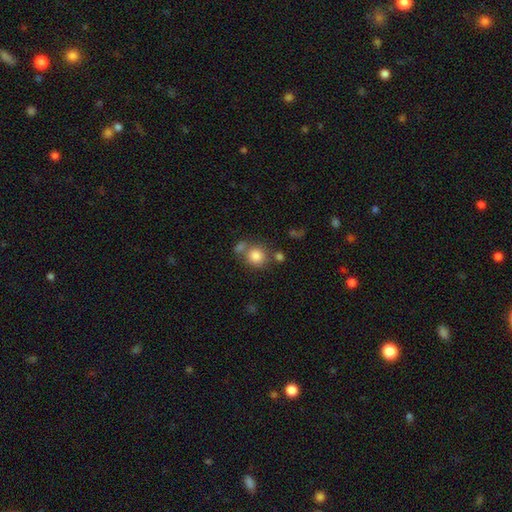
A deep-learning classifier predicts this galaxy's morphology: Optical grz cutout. It shows a smooth galaxy with no disk features (83%) that is round (84%). Merging: none (60%).